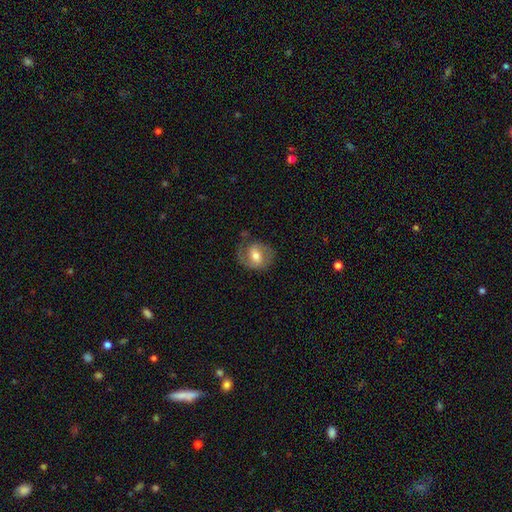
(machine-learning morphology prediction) Smooth or featured?
  - featured or disk: 58% *
  - smooth: 35%
  - star or artifact: 7%
Edge-on disk?
  - no: 96% *
  - yes: 4%
Bar?
  - weak: 47% *
  - no: 27%
  - strong: 26%
Spiral arms?
  - yes: 81% *
  - no: 19%
Bulge size?
  - moderate: 68% *
  - small: 21%
  - large: 8%
  - none: 1%
  - dominant: 1%
Merging?
  - none: 62% *
  - minor disturbance: 22%
  - major disturbance: 13%
  - merger: 2%